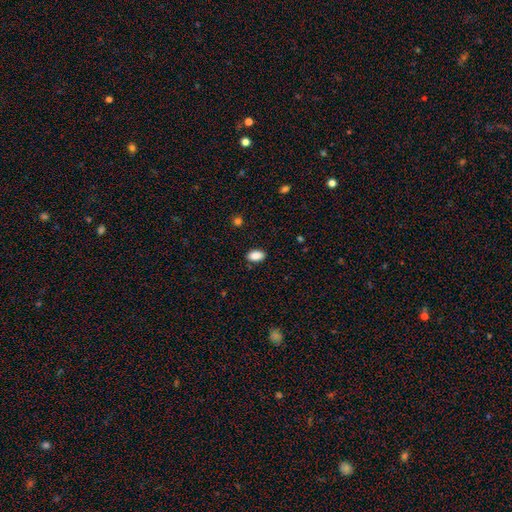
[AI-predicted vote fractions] A smooth galaxy with no disk features (88%) that is in between round and cigar-shaped (92%).

Vote fractions:
- Smooth or featured? smooth: 88% / star or artifact: 8% / featured or disk: 4%
- How rounded? in between: 92% / round: 6% / cigar-shaped: 2%
- Merging? none: 87% / minor disturbance: 9% / major disturbance: 2% / merger: 1%